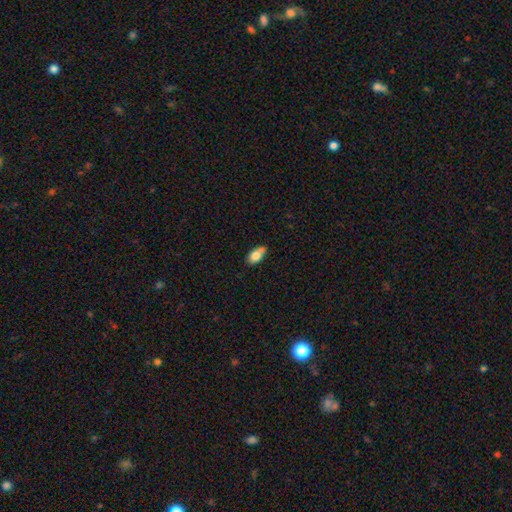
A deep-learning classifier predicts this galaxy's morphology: A smooth galaxy with no disk features (79%) that is in between round and cigar-shaped (89%). Merging: none (53%).